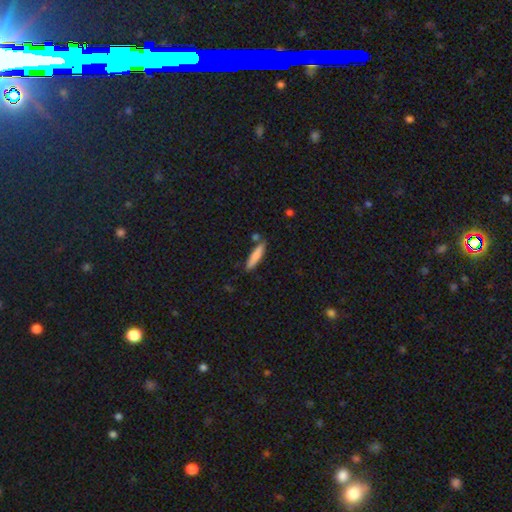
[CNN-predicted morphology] smooth 83%, featured or disk 11%, star or artifact 6%. Down the decision tree: how rounded — cigar-shaped (81%); merging — none (80%).